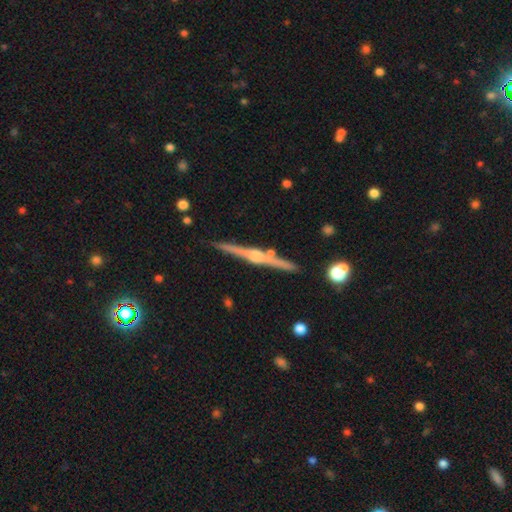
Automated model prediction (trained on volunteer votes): featured or disk 83%, smooth 11%, star or artifact 6%. Down the decision tree: edge-on disk — yes (98%); edge-on bulge — rounded (85%); merging — none (87%).